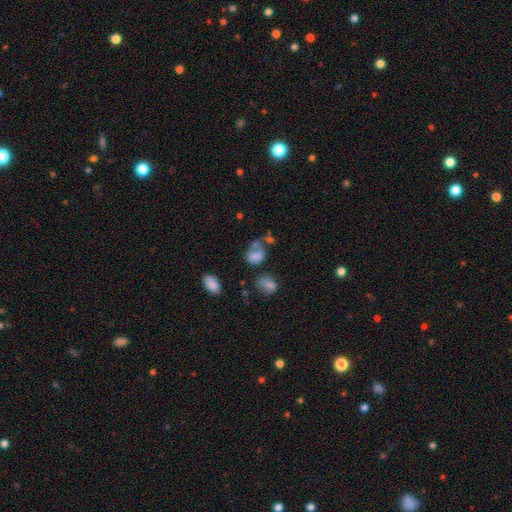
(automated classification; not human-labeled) Smooth or featured? smooth (71%)
How rounded? in between (66%)
Merging? merger (34%)